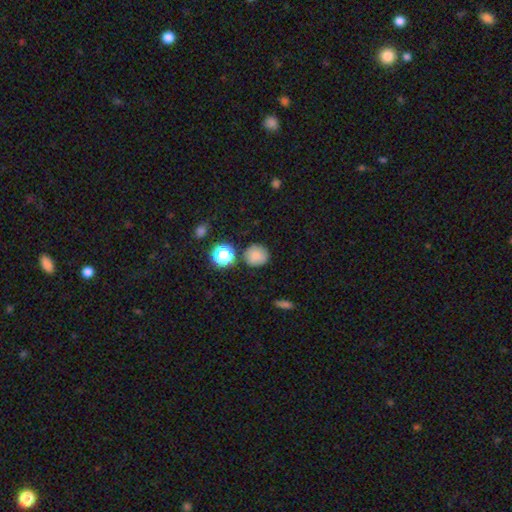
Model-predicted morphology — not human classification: This appears to be a smooth galaxy with no disk features (77%) that is round (90%). Merging: none (81%).